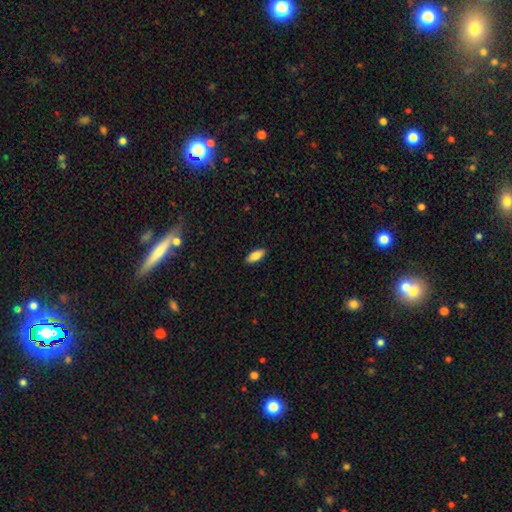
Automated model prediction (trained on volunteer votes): Morphology: type=smooth (84%); roundness=in between (82%); merging=none (89%).